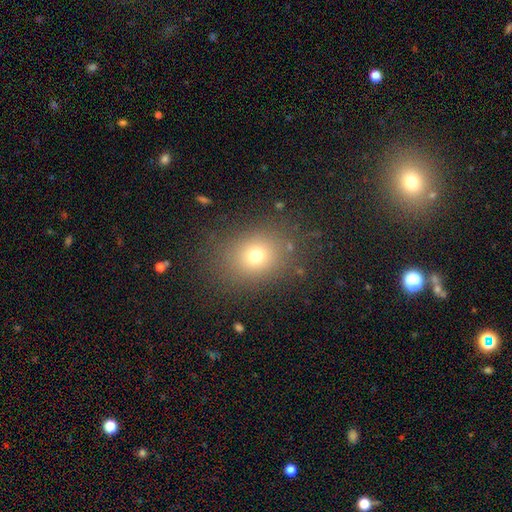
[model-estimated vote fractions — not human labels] A smooth galaxy with no disk features (72%) that is round (60%).

Vote fractions:
- Smooth or featured? smooth: 72% / star or artifact: 18% / featured or disk: 11%
- How rounded? round: 60% / in between: 39% / cigar-shaped: 1%
- Merging? none: 83% / minor disturbance: 10% / major disturbance: 5% / merger: 2%